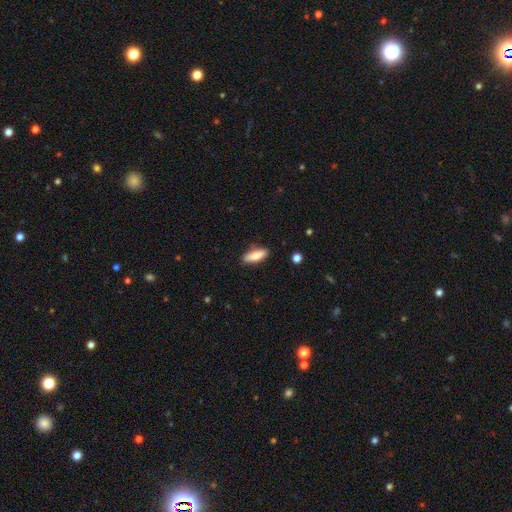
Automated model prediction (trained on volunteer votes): This appears to be a smooth galaxy with no disk features (81%) that is in between round and cigar-shaped (60%). Merging: none (85%).